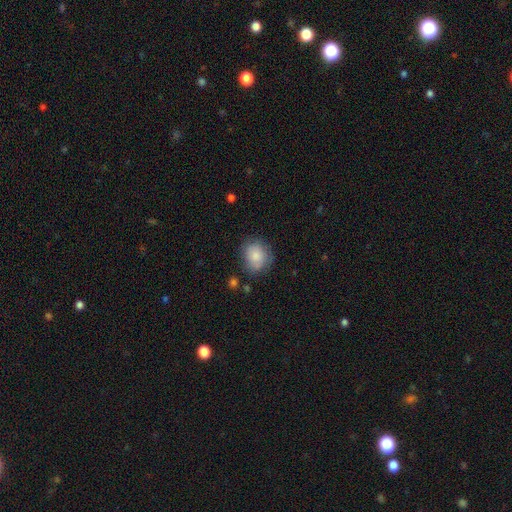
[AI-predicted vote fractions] This is clearly a smooth galaxy (82%). How rounded: likely round (70%). Merging: likely none (69%).